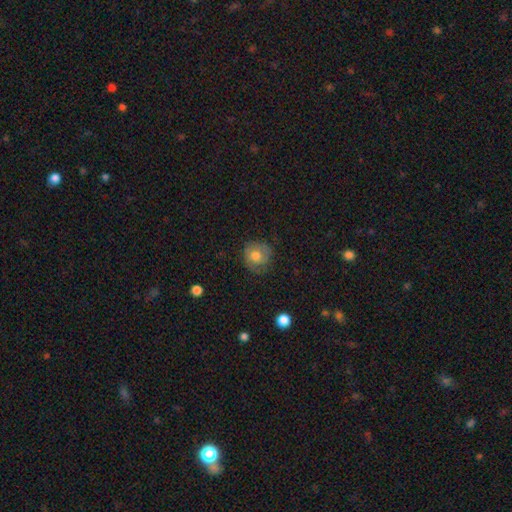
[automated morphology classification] smooth 66%, featured or disk 25%, star or artifact 9%. Down the decision tree: how rounded — round (85%); merging — none (70%).